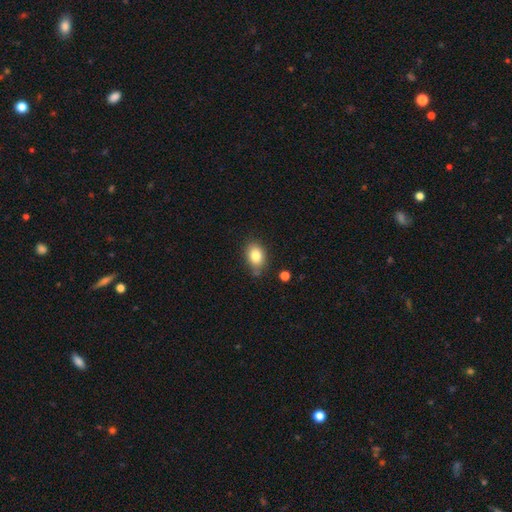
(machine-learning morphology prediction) This appears to be a smooth galaxy with no disk features (83%) that is in between round and cigar-shaped (75%). Merging: none (73%).